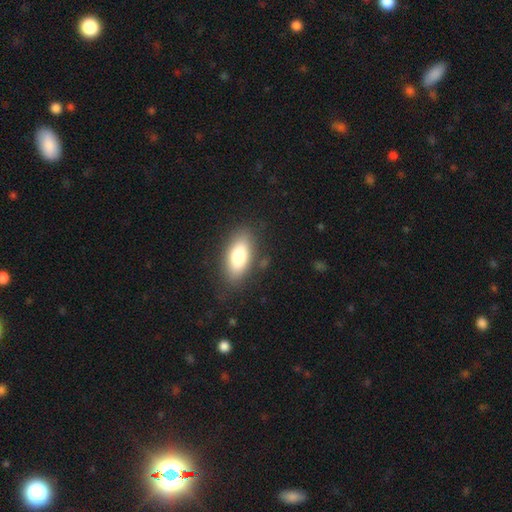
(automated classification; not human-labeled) This appears to be a smooth galaxy with no disk features (64%) that is in between round and cigar-shaped (82%). Merging: none (87%).